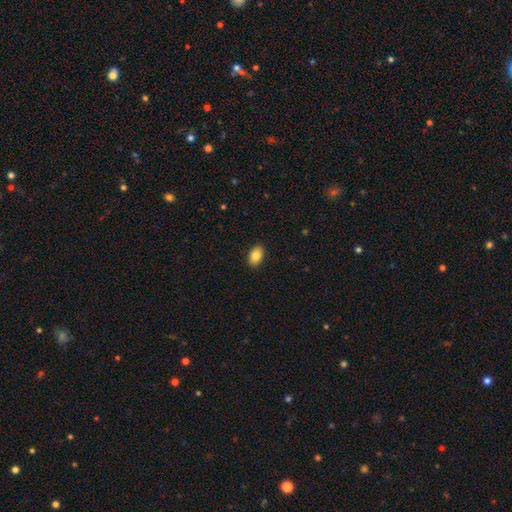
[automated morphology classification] This appears to be a smooth galaxy with no disk features (86%) that is in between round and cigar-shaped (89%). Merging: none (90%).